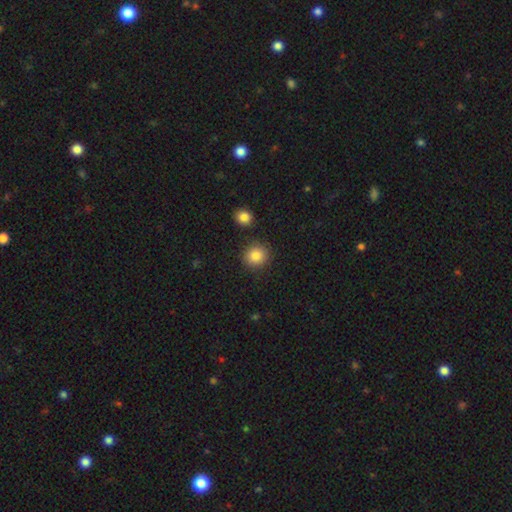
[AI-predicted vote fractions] smooth 85%, star or artifact 10%, featured or disk 5%. Down the decision tree: how rounded — round (89%); merging — none (87%).